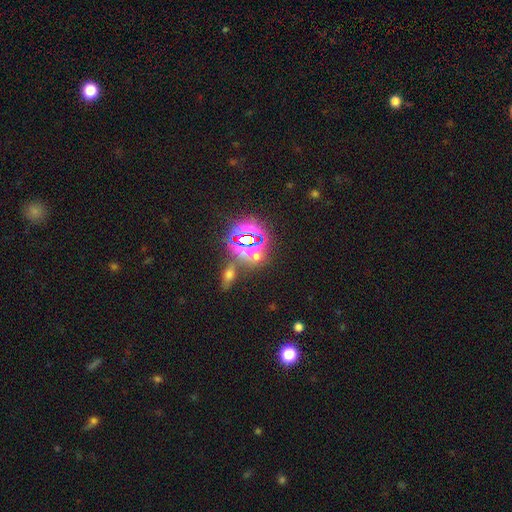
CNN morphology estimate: This is likely a star or artifact rather than a galaxy (67%).